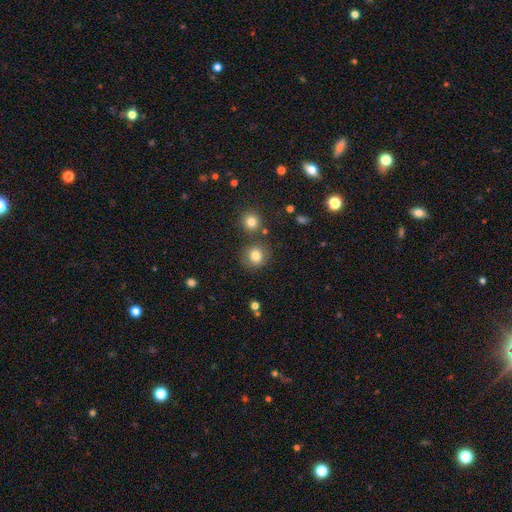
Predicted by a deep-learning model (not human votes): Smooth or featured? Predicted: smooth (p=0.81). How rounded? Predicted: round (p=0.87). Merging? Predicted: none (p=0.79).